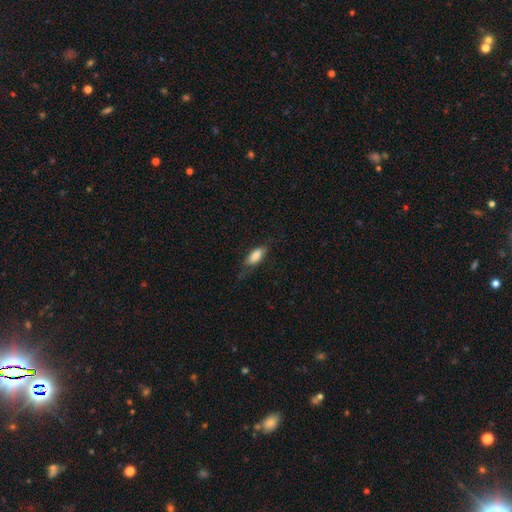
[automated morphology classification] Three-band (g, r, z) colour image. It shows a smooth galaxy with no disk features (77%) that is in between round and cigar-shaped (78%). Merging: none (60%).